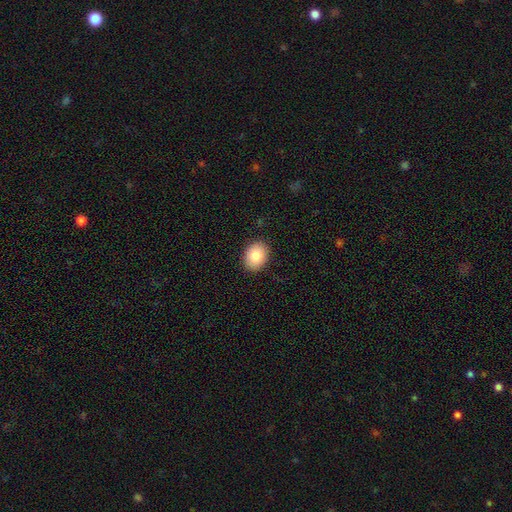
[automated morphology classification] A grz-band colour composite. It shows a smooth galaxy with no disk features (82%) that is in between round and cigar-shaped (64%). Merging: none (89%).